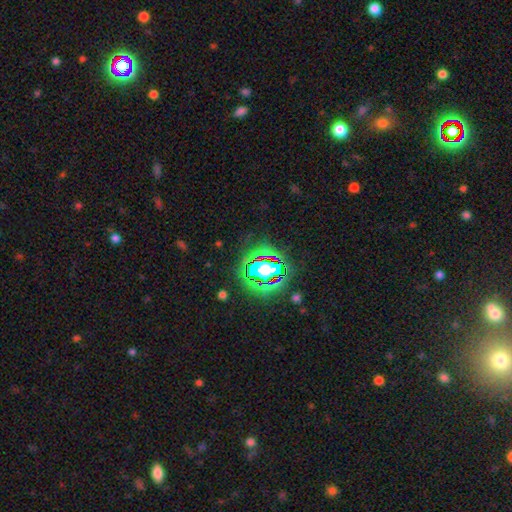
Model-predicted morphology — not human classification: Smooth or featured: star or artifact — 82% (smooth — 11%)